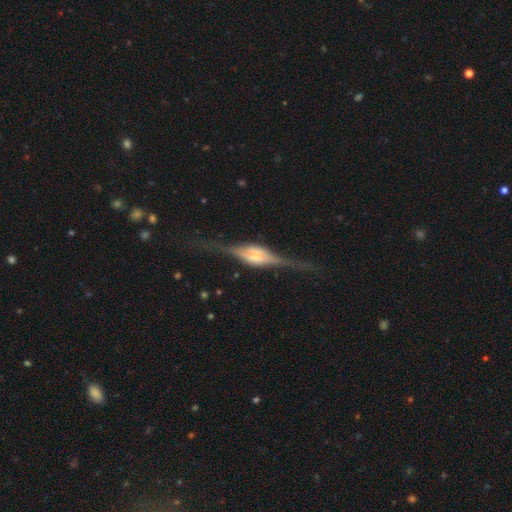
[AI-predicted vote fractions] A featured or disk galaxy (84%) viewed edge-on (97%) with a rounded central bulge (76%).

Vote fractions:
- Smooth or featured? featured or disk: 84% / smooth: 11% / star or artifact: 6%
- Edge-on disk? yes: 97% / no: 3%
- Edge-on bulge? rounded: 76% / boxy: 21% / none: 3%
- Merging? none: 76% / minor disturbance: 16% / major disturbance: 6% / merger: 2%